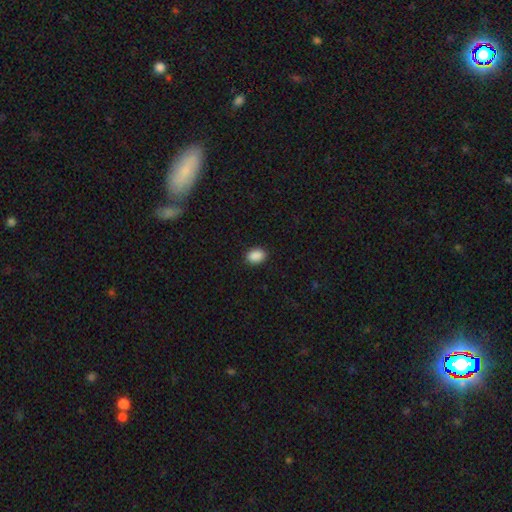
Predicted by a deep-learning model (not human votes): smooth_or_featured: smooth (p=0.90) [alt: star or artifact p=0.08]
how_rounded: in between (p=0.74) [alt: round p=0.25]
merging: none (p=0.90) [alt: minor disturbance p=0.08]